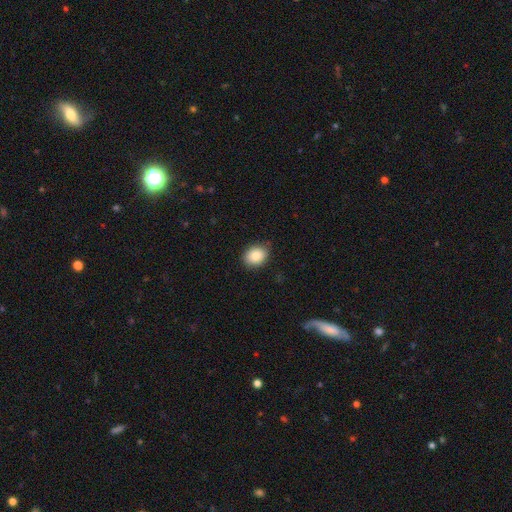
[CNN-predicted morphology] The model was most divided on "how rounded": in between: 61%, round: 38%, cigar-shaped: 1%. More confident: smooth or featured — smooth (87%); merging — none (84%).